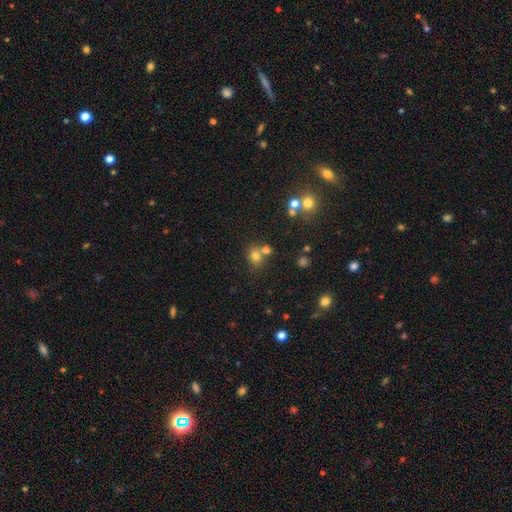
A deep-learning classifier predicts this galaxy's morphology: This is likely a smooth galaxy (72%). How rounded: likely round (62%). Merging: possibly none (50%).